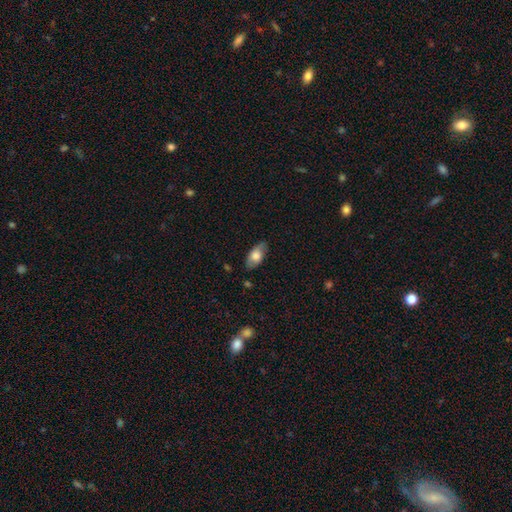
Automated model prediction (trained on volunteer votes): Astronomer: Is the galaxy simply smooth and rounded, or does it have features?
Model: smooth — 67%.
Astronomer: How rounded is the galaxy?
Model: in between — 90%.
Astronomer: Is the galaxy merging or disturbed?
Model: none — 78%.